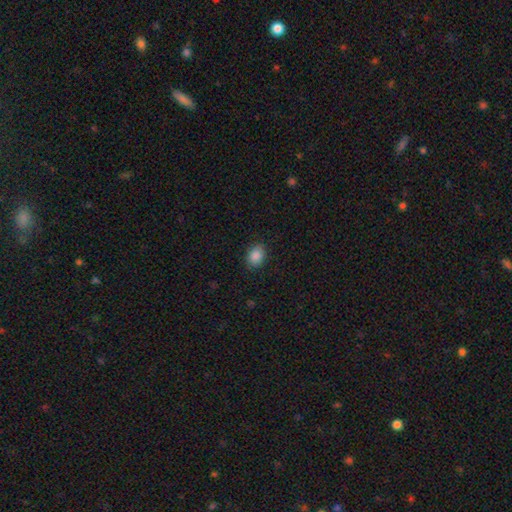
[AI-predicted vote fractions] smooth 88%, star or artifact 8%, featured or disk 4%. Down the decision tree: how rounded — in between (66%); merging — none (86%).